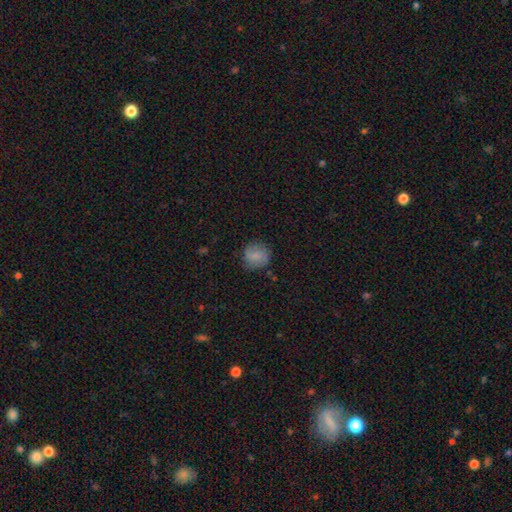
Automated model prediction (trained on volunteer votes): Smooth or featured?
  - smooth: 77% *
  - featured or disk: 14%
  - star or artifact: 9%
How rounded?
  - round: 84% *
  - in between: 15%
  - cigar-shaped: 1%
Merging?
  - none: 75% *
  - minor disturbance: 18%
  - major disturbance: 5%
  - merger: 1%